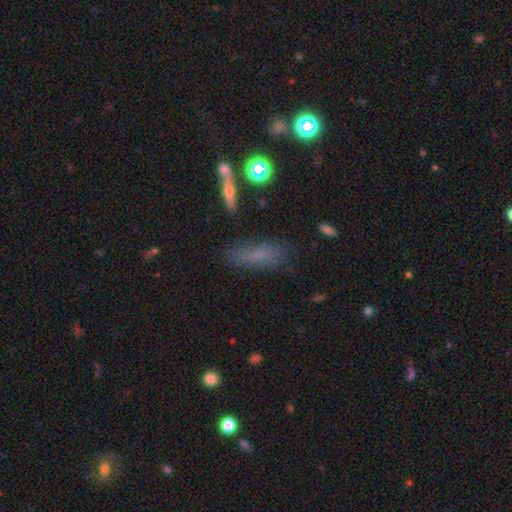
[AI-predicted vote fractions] The model was most divided on "how rounded": in between: 58%, cigar-shaped: 37%, round: 4%. More confident: merging — none (70%); smooth or featured — smooth (64%).